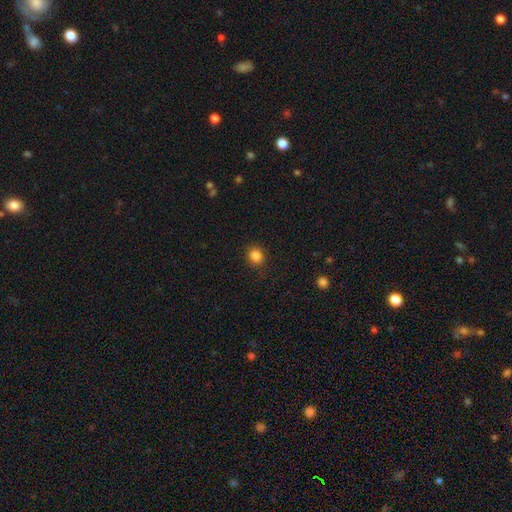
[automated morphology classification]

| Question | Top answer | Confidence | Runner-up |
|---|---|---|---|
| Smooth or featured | smooth | 85% | star or artifact (11%) |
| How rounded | round | 74% | in between (25%) |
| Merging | none | 88% | minor disturbance (8%) |